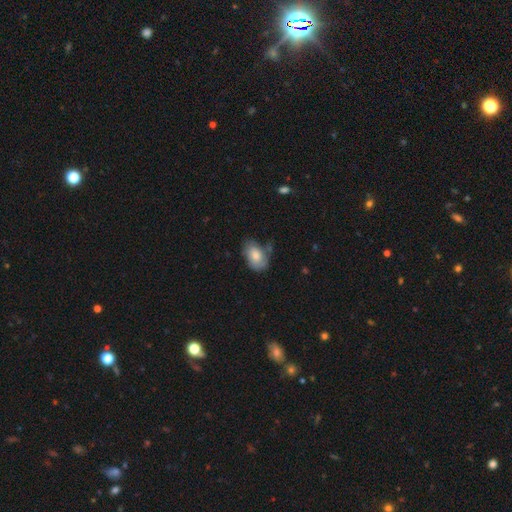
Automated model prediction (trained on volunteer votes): This is likely a smooth galaxy (73%). How rounded: clearly in between (89%). Merging: possibly none (58%).